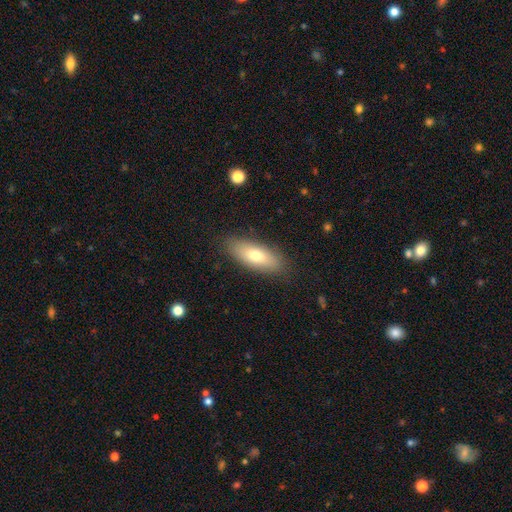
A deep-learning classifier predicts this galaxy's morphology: A smooth galaxy with no disk features (71%) that is in between round and cigar-shaped (72%). Merging: none (86%).